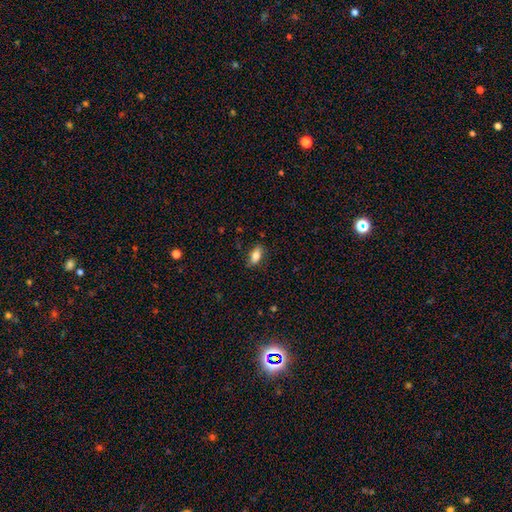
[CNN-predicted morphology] A smooth galaxy with no disk features (80%) that is in between round and cigar-shaped (86%).

Vote fractions:
- Smooth or featured? smooth: 80% / featured or disk: 12% / star or artifact: 8%
- How rounded? in between: 86% / cigar-shaped: 10% / round: 4%
- Merging? none: 82% / minor disturbance: 14% / major disturbance: 3% / merger: 1%